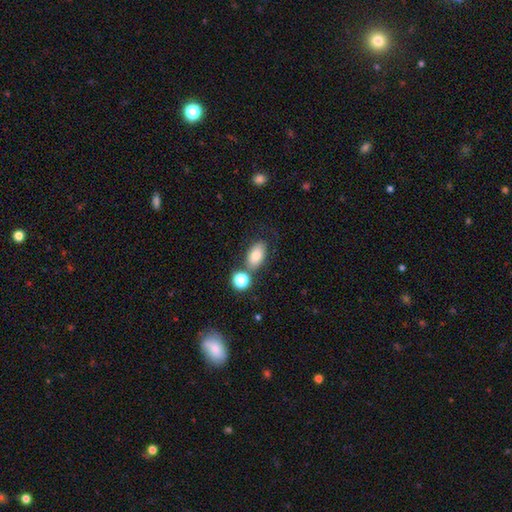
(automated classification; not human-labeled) Overall: smooth (79%). How rounded: in between (88%). Merging: none (62%).